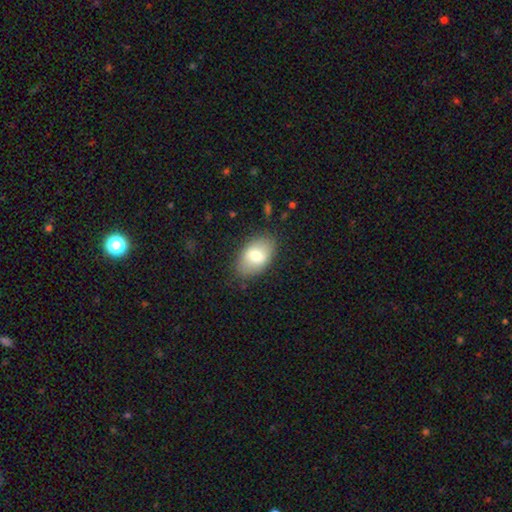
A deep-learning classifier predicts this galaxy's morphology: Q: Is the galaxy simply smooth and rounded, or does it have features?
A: smooth — 71%.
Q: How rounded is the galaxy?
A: in between — 90%.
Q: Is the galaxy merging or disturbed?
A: none — 81%.